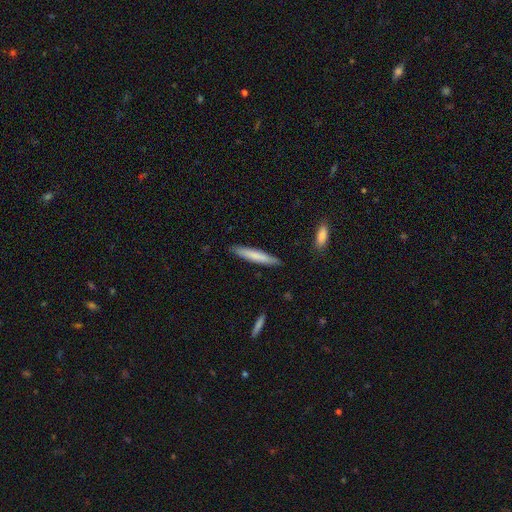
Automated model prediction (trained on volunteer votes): A smooth galaxy with no disk features (75%) that is cigar-shaped (93%).

Vote fractions:
- Smooth or featured? smooth: 75% / featured or disk: 20% / star or artifact: 5%
- How rounded? cigar-shaped: 93% / in between: 6% / round: 1%
- Merging? none: 88% / minor disturbance: 9% / major disturbance: 2% / merger: 1%